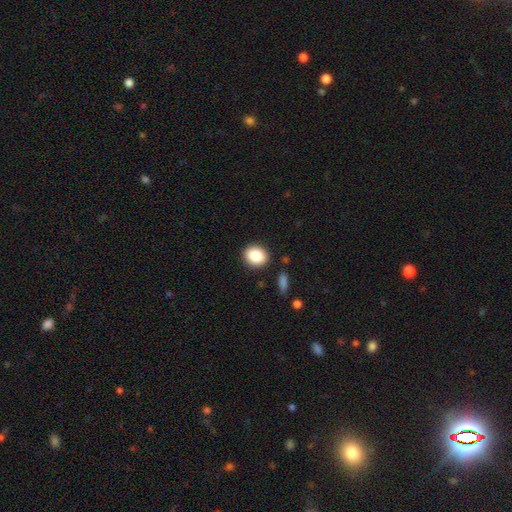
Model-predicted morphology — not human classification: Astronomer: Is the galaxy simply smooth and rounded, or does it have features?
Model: smooth — 86%.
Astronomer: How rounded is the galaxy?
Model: round — 61% (runner-up: in between, 37%).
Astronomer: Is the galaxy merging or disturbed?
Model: none — 87%.